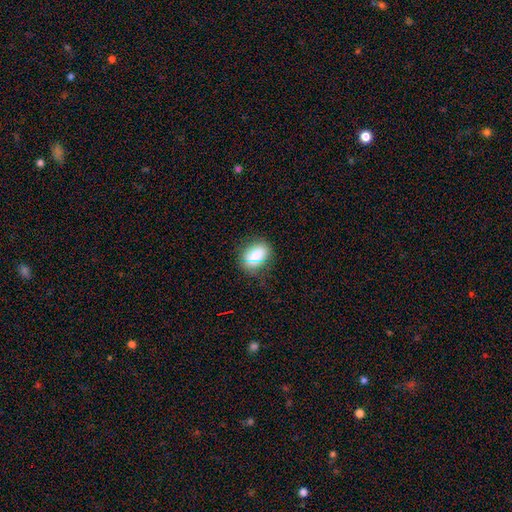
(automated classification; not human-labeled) This is likely a smooth galaxy (80%). How rounded: likely in between (72%). Merging: likely none (75%).